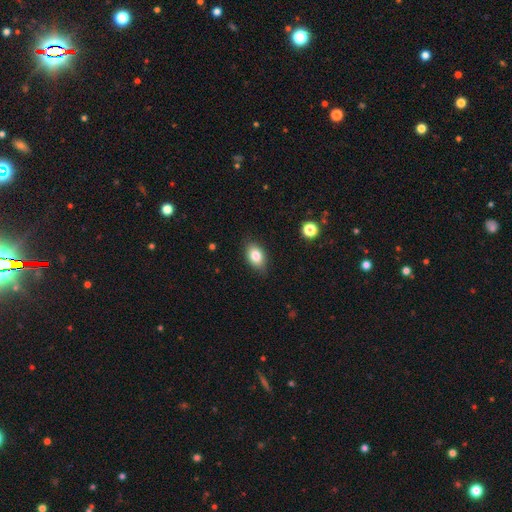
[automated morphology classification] A smooth galaxy with no disk features (82%) that is in between round and cigar-shaped (84%). Merging: none (83%).